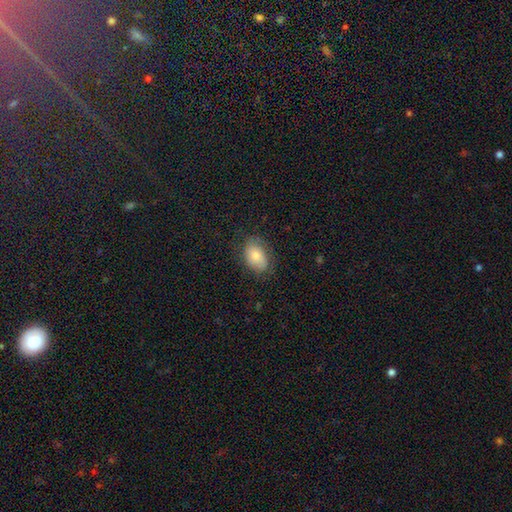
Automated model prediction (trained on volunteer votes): Overall: smooth (74%). How rounded: in between (86%). Merging: none (76%).